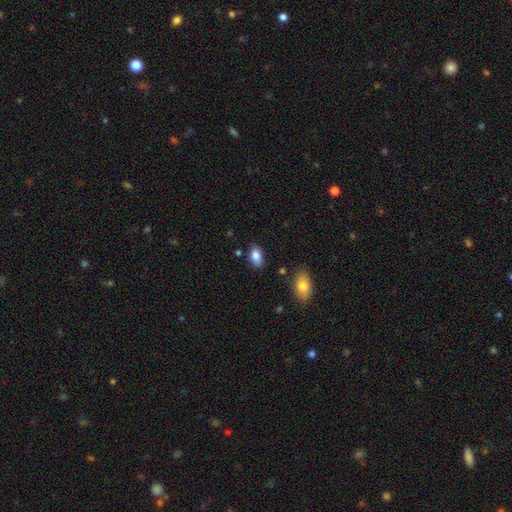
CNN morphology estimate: This is clearly a smooth galaxy (85%). How rounded: clearly in between (92%). Merging: clearly none (82%).